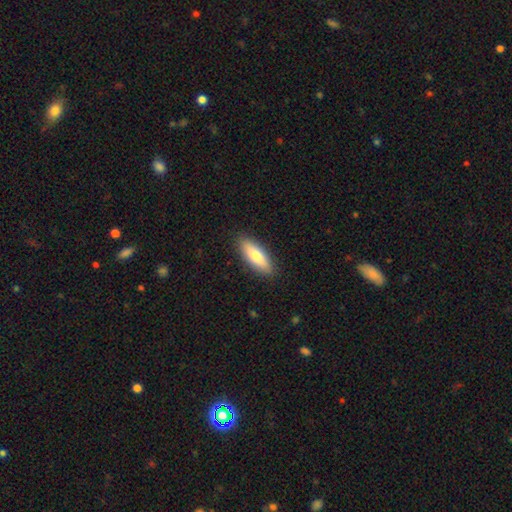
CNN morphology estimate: This appears to be a smooth galaxy with no disk features (75%) that is in between round and cigar-shaped (56%). Merging: none (89%).